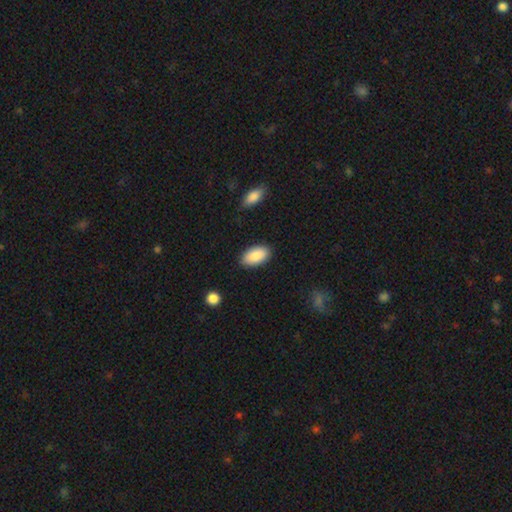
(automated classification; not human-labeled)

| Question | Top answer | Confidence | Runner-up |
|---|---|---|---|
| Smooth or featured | smooth | 87% | featured or disk (7%) |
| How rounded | in between | 95% | round (3%) |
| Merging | none | 86% | minor disturbance (10%) |